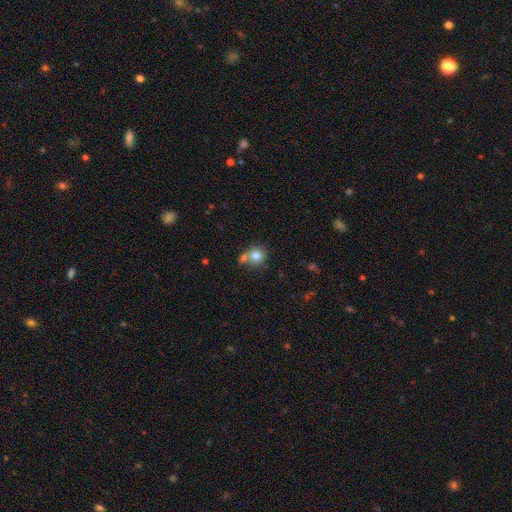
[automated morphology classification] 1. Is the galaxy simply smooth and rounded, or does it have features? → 80% smooth, 10% featured or disk, 10% star or artifact.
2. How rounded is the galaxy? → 86% round, 13% in between, 1% cigar-shaped.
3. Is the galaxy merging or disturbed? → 51% none, 34% merger, 11% minor disturbance, 4% major disturbance.